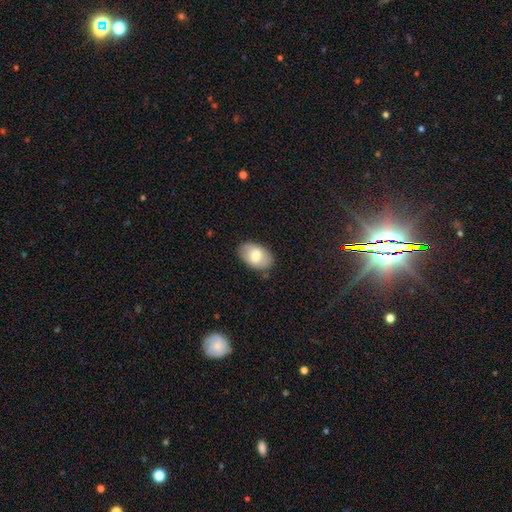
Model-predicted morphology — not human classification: Smooth or featured? smooth (73%)
How rounded? in between (90%)
Merging? none (83%)